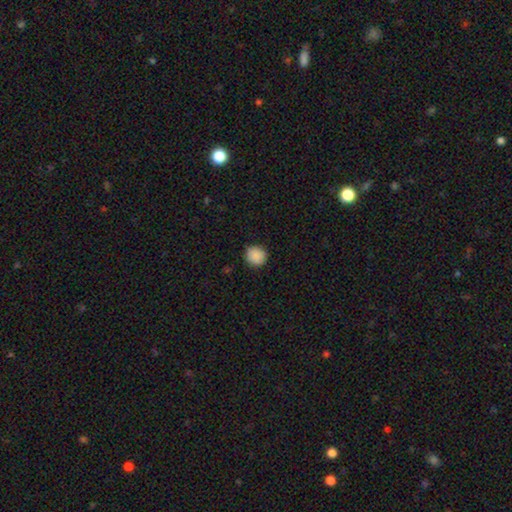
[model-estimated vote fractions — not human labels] smooth 89%, star or artifact 8%, featured or disk 3%. Down the decision tree: how rounded — round (92%); merging — none (91%).